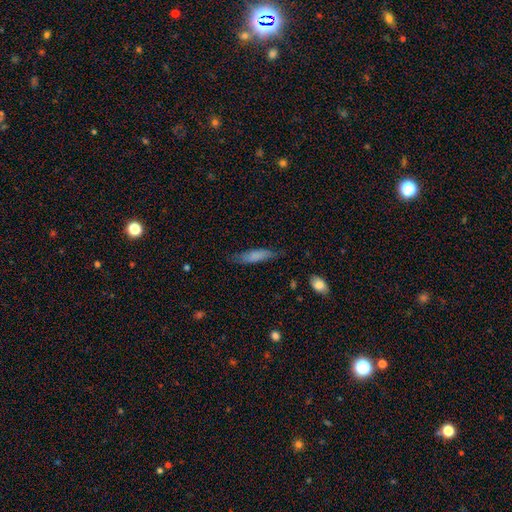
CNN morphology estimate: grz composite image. It shows a smooth galaxy with no disk features (76%) that is cigar-shaped (68%). Merging: none (73%).